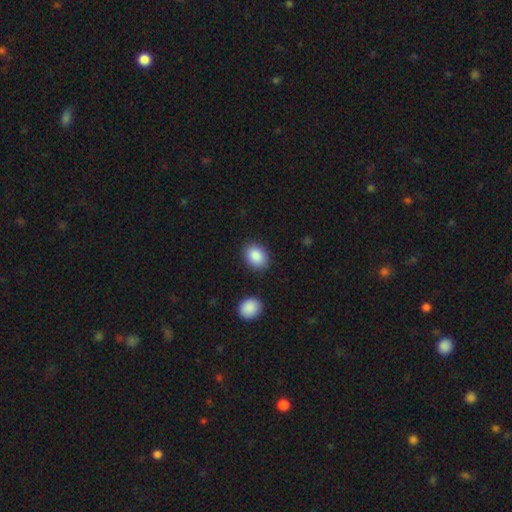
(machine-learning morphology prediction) type=smooth (88%); roundness=in between (62%); merging=none (86%).